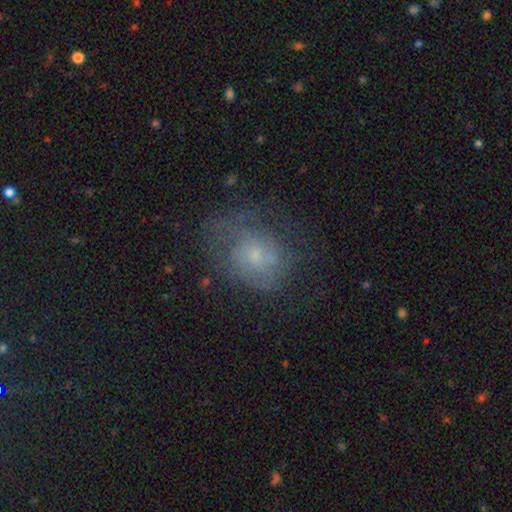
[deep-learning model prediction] Smooth or featured? featured or disk (51%)
Edge-on disk? no (97%)
Merging? none (50%)